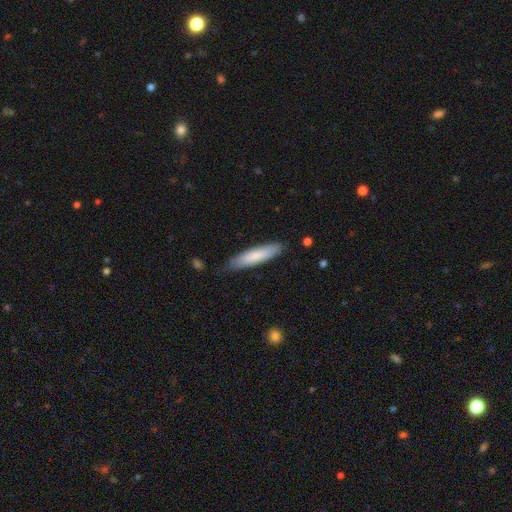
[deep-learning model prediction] Q: Smooth or featured?
A: smooth (79%); runner-up: featured or disk (16%)
Q: How rounded?
A: cigar-shaped (80%); runner-up: in between (19%)
Q: Merging?
A: none (81%); runner-up: minor disturbance (15%)